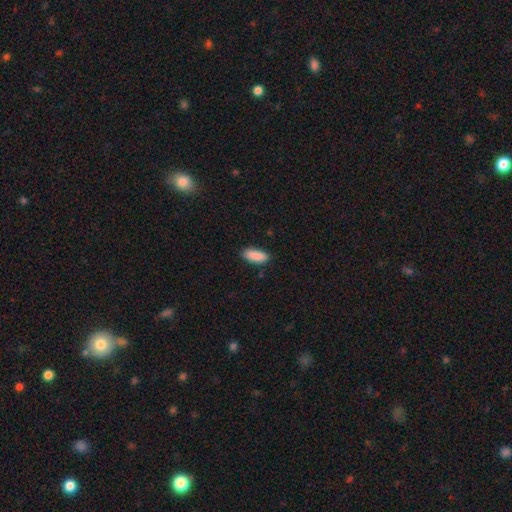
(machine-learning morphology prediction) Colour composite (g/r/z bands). It shows a smooth galaxy with no disk features (90%) that is in between round and cigar-shaped (76%). Merging: none (85%).